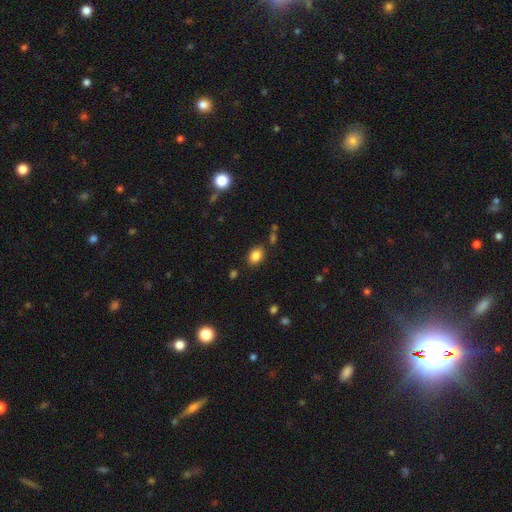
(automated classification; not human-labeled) A smooth galaxy with no disk features (84%) that is in between round and cigar-shaped (68%). Merging: none (82%).